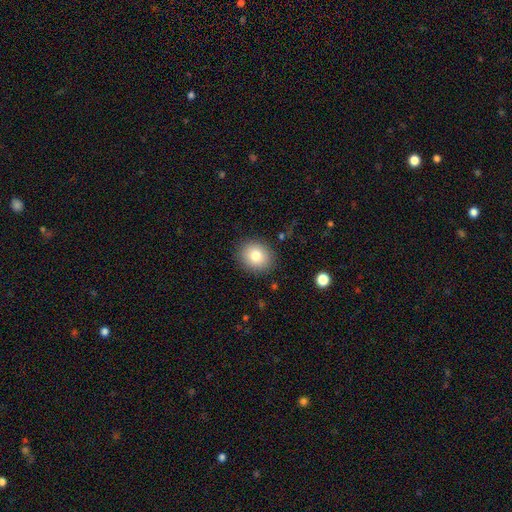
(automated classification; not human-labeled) The model was most divided on "how rounded": round: 72%, in between: 27%, cigar-shaped: 1%. More confident: merging — none (88%); smooth or featured — smooth (80%).